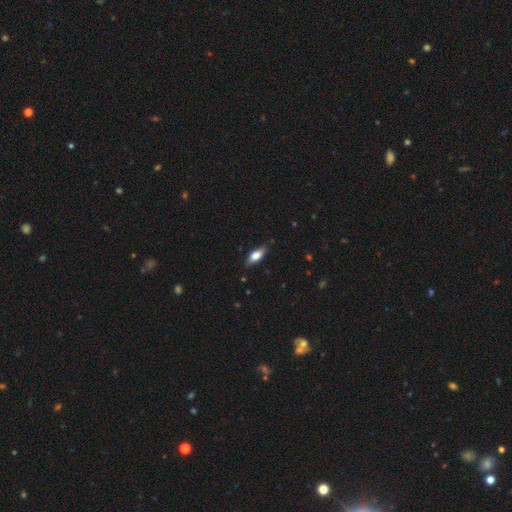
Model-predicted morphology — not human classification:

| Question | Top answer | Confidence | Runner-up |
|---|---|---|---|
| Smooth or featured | smooth | 74% | featured or disk (19%) |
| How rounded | in between | 77% | cigar-shaped (21%) |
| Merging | none | 79% | minor disturbance (17%) |